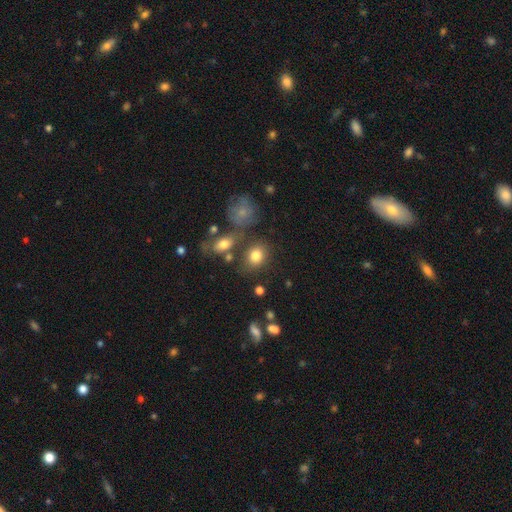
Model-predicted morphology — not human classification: Smooth or featured: smooth — 80% (star or artifact — 11%)
How rounded: round — 53% (in between — 46%)
Merging: none — 68% (merger — 13%)